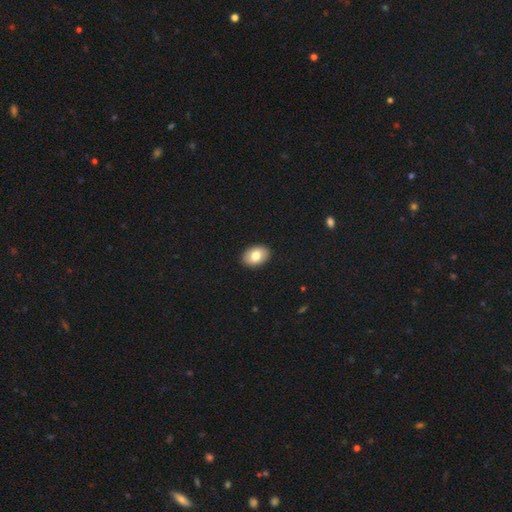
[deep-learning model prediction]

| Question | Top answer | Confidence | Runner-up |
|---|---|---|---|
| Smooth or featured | smooth | 80% | featured or disk (14%) |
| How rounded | in between | 86% | round (13%) |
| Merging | none | 91% | minor disturbance (6%) |